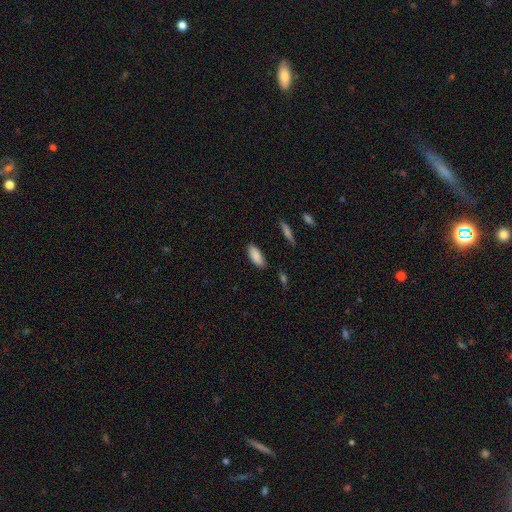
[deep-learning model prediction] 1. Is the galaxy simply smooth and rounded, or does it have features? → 88% smooth, 7% star or artifact, 5% featured or disk.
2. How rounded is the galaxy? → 84% in between, 15% cigar-shaped, 2% round.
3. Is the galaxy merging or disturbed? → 84% none, 12% minor disturbance, 2% major disturbance, 2% merger.